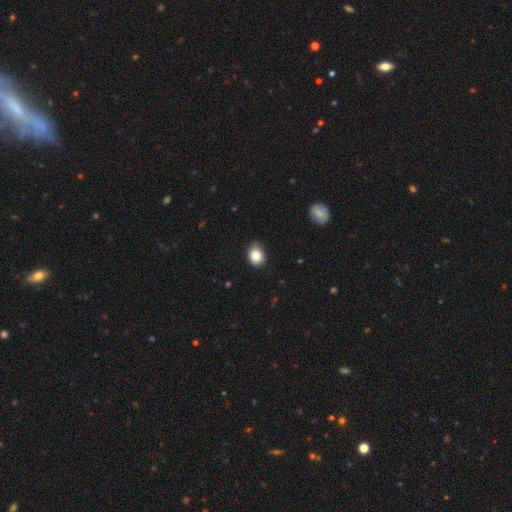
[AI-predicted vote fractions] Smooth or featured? smooth (84%)
How rounded? in between (53%)
Merging? none (78%)